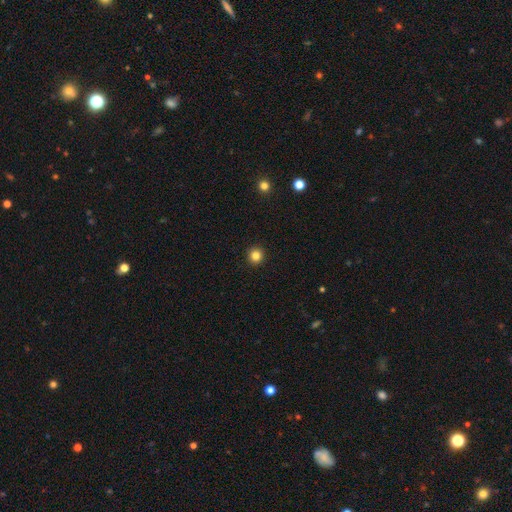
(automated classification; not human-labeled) This is clearly a smooth galaxy (84%). How rounded: clearly round (95%). Merging: clearly none (94%).